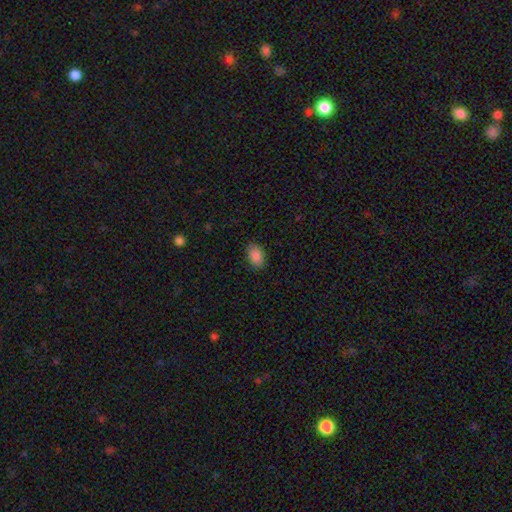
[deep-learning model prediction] smooth-or-featured: smooth: 88% | star or artifact: 8% | featured or disk: 4%
  how-rounded: in between: 89% | round: 10% | cigar-shaped: 1%
  merging: none: 87% | minor disturbance: 10% | major disturbance: 2% | merger: 1%